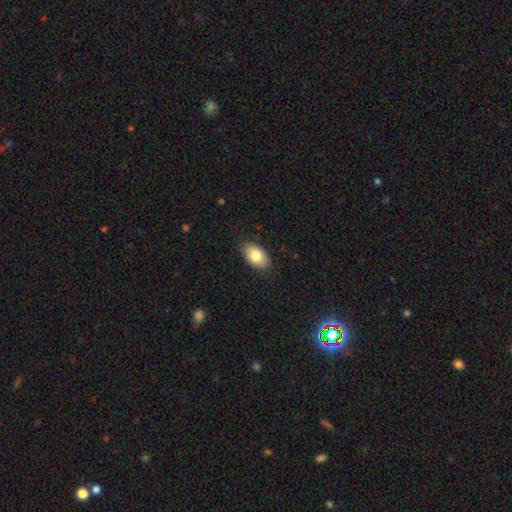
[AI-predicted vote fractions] Morphology: type=smooth (81%); roundness=in between (91%); merging=none (86%).